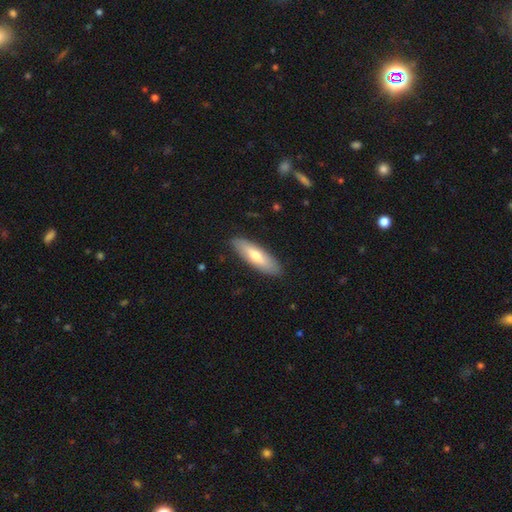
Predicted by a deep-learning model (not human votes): The model was most divided on "how rounded": cigar-shaped: 50%, in between: 48%, round: 2%. More confident: merging — none (88%); smooth or featured — smooth (64%).